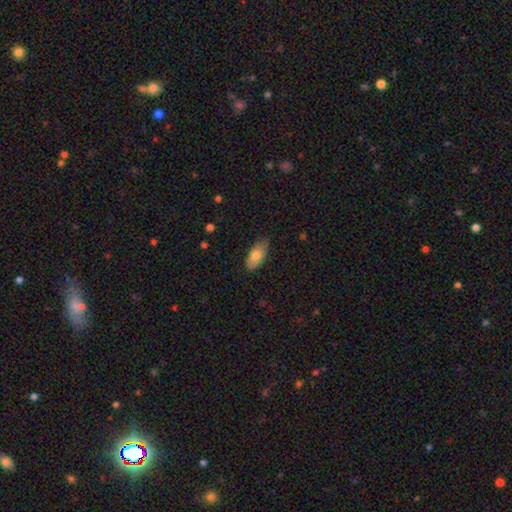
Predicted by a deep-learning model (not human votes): Morphology: type=smooth (75%); roundness=in between (91%); merging=none (74%).